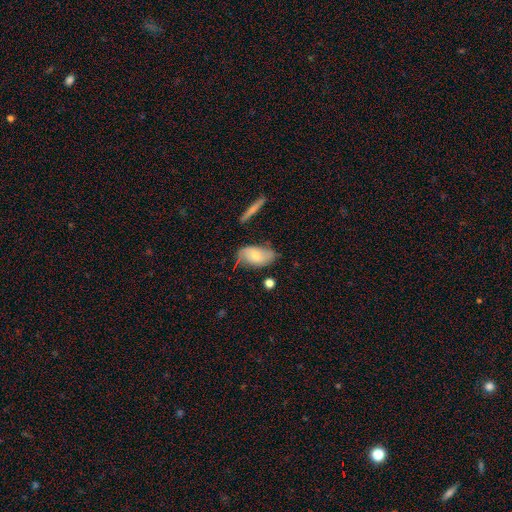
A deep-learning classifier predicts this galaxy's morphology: A smooth galaxy with no disk features (48%). Merging: none (58%).